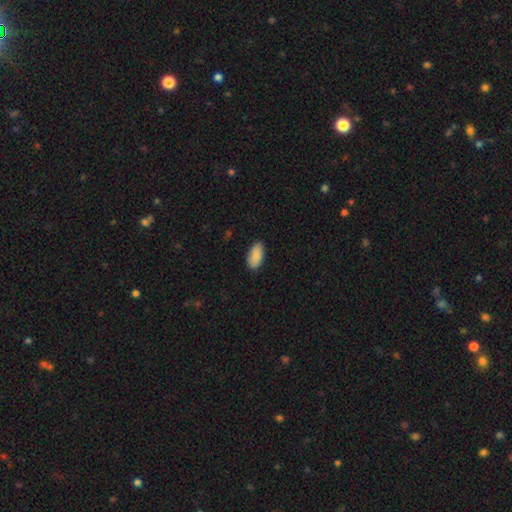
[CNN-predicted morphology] smooth 89%, star or artifact 6%, featured or disk 5%. Down the decision tree: how rounded — in between (94%); merging — none (85%).